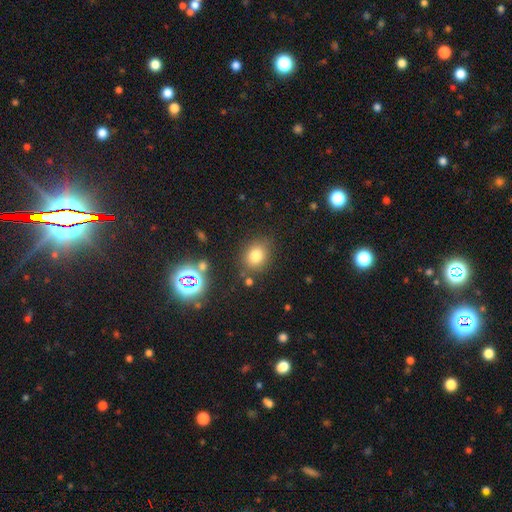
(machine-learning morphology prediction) A smooth galaxy with no disk features (77%) that is round (57%). Merging: none (79%).